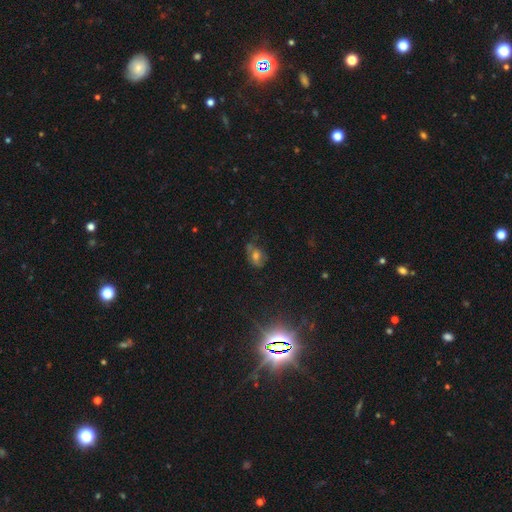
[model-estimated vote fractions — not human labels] Overall: smooth (37%; featured or disk 34%). Merging: none (51%; minor disturbance 26%).